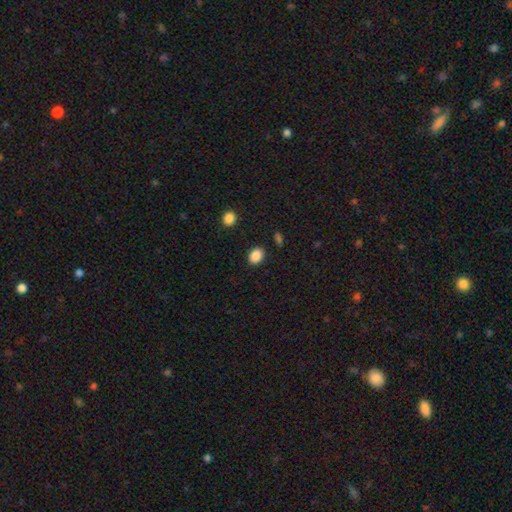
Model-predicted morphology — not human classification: Smooth or featured: smooth — 88% (star or artifact — 9%)
How rounded: in between — 73% (round — 26%)
Merging: none — 87% (minor disturbance — 9%)